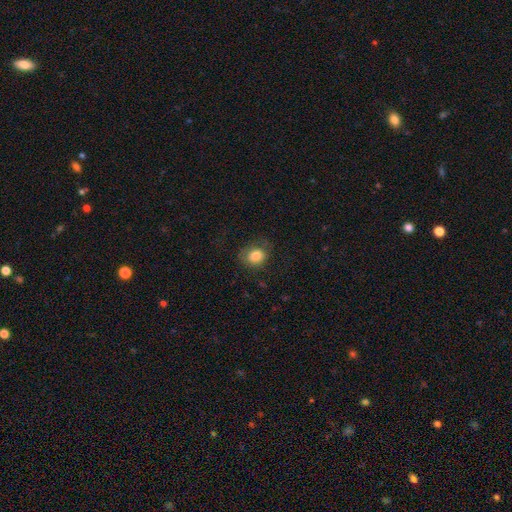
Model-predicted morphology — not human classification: smooth-or-featured: smooth: 82% | star or artifact: 9% | featured or disk: 9%
  how-rounded: round: 56% | in between: 43% | cigar-shaped: 1%
  merging: none: 65% | minor disturbance: 22% | major disturbance: 12% | merger: 1%